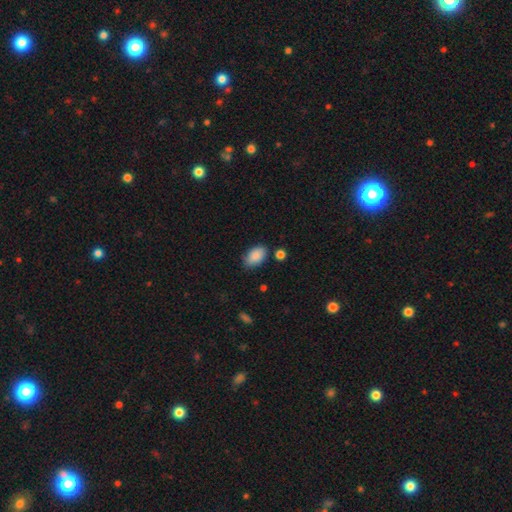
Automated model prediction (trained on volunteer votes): smooth-or-featured: smooth: 88% | star or artifact: 7% | featured or disk: 5%
  how-rounded: in between: 92% | round: 6% | cigar-shaped: 2%
  merging: none: 77% | minor disturbance: 16% | merger: 3% | major disturbance: 3%